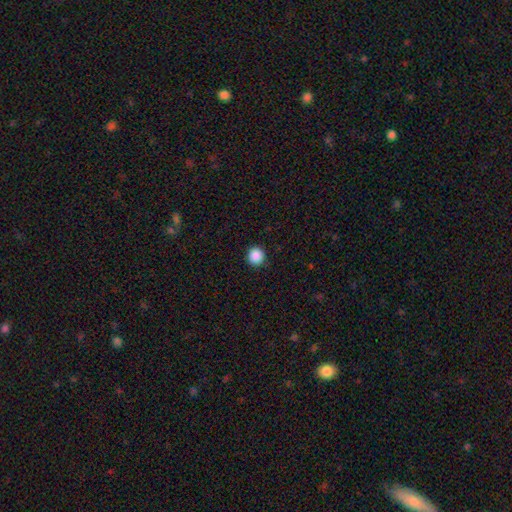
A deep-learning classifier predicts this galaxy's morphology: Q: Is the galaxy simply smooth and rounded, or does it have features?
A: smooth — 88%.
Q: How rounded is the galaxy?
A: round — 94%.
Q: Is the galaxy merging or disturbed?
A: none — 92%.